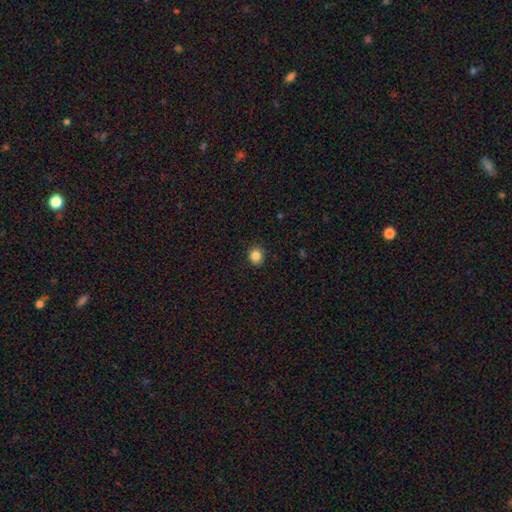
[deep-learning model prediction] A smooth galaxy with no disk features (85%) that is round (81%). Merging: none (90%).